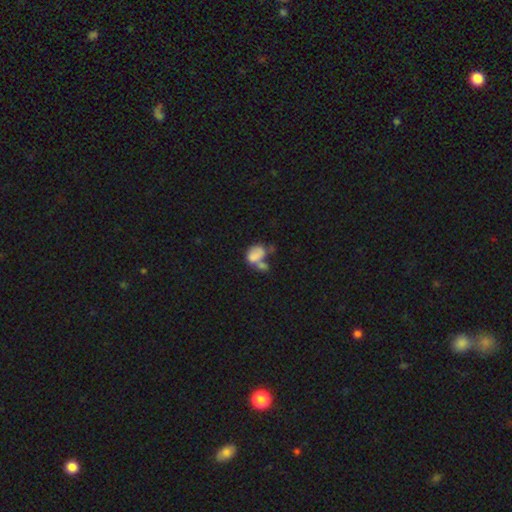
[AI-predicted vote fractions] A smooth galaxy with no disk features (71%) that is in between round and cigar-shaped (76%). Merging: merger (55%).